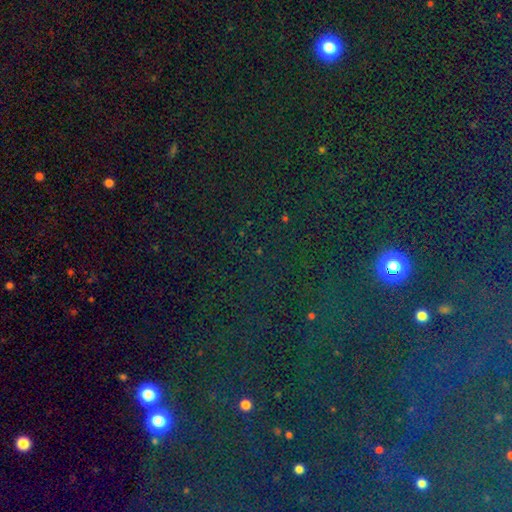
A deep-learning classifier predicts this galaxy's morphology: A star or artifact, not a galaxy (79%).

Vote fractions:
- Smooth or featured? star or artifact: 79% / smooth: 13% / featured or disk: 8%